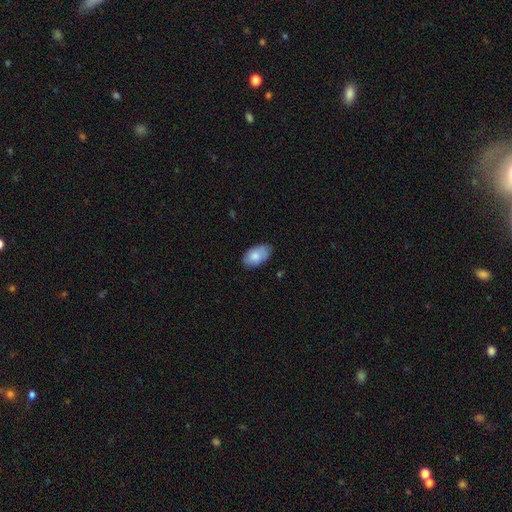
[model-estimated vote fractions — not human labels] smooth-or-featured: smooth: 82% | featured or disk: 12% | star or artifact: 6%
  how-rounded: in between: 93% | round: 5% | cigar-shaped: 2%
  merging: none: 78% | minor disturbance: 18% | major disturbance: 3% | merger: 1%